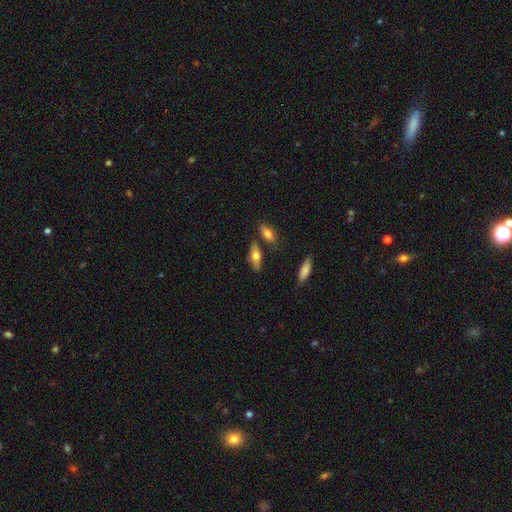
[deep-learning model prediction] A smooth galaxy with no disk features (64%) that is in between round and cigar-shaped (71%). Merging: none (74%).